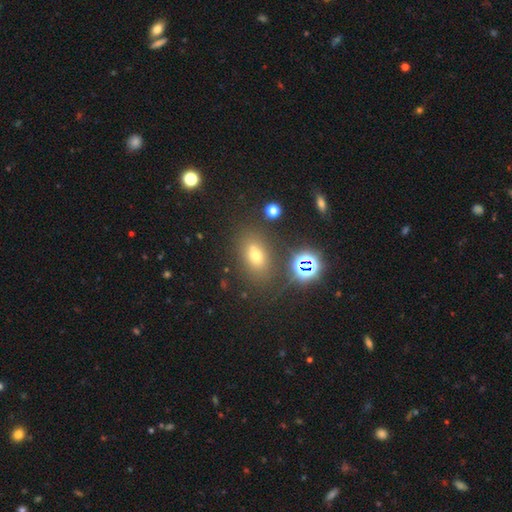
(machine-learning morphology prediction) smooth-or-featured: smooth: 58% | star or artifact: 27% | featured or disk: 15%
  how-rounded: in between: 71% | round: 25% | cigar-shaped: 4%
  merging: none: 77% | minor disturbance: 11% | merger: 7% | major disturbance: 5%